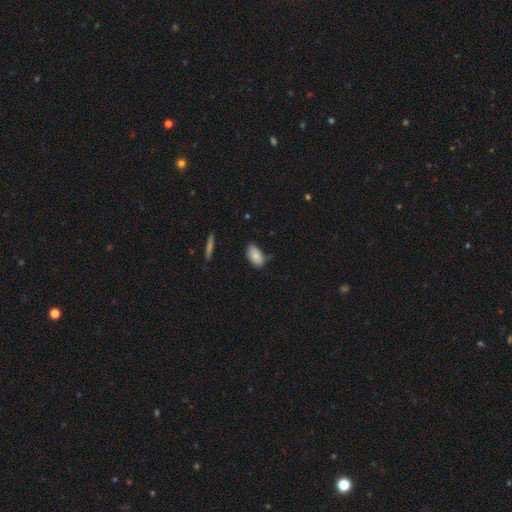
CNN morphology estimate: Smooth or featured? Predicted: smooth (p=0.79). How rounded? Predicted: in between (p=0.93). Merging? Predicted: none (p=0.64).